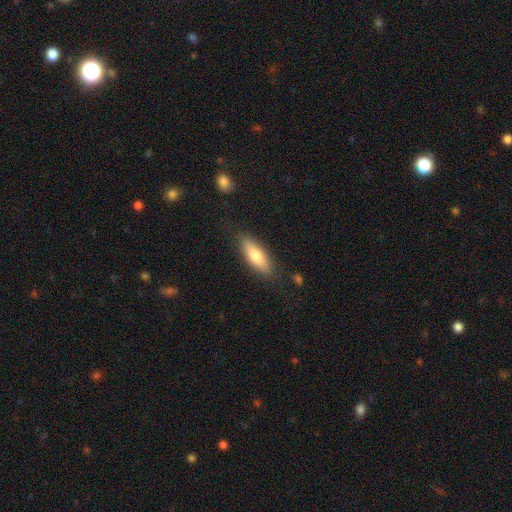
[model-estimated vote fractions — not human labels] smooth_or_featured: smooth (p=0.73) [alt: featured or disk p=0.21]
how_rounded: in between (p=0.56) [alt: cigar-shaped p=0.42]
merging: none (p=0.83) [alt: minor disturbance p=0.12]